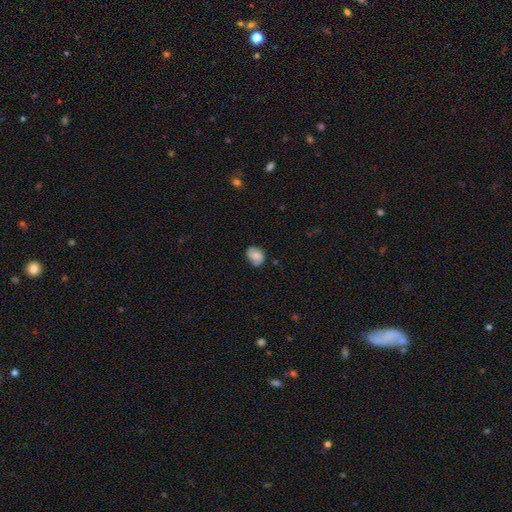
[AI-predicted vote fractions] Smooth or featured: smooth — 67% (featured or disk — 24%)
How rounded: in between — 59% (round — 40%)
Merging: none — 68% (minor disturbance — 24%)